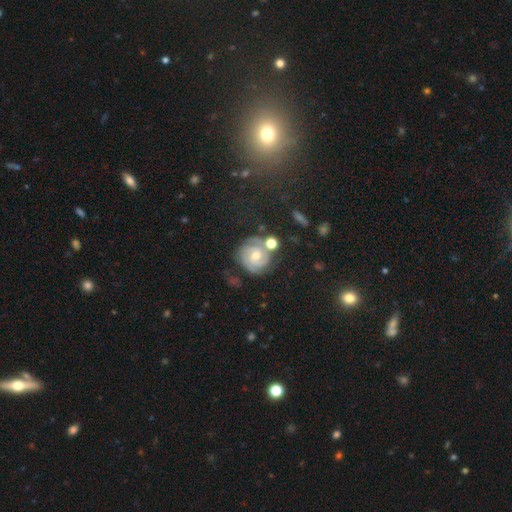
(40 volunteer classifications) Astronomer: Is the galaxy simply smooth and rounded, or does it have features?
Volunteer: featured or disk — 82%.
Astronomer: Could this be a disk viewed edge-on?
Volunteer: no — 100%.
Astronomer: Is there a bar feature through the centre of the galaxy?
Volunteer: no — 67%.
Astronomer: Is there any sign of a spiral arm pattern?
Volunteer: yes — 97%.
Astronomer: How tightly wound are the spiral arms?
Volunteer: tight — 97%.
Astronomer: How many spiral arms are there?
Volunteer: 2 — 78%.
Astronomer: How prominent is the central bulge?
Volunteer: moderate — 52% (runner-up: small, 42%).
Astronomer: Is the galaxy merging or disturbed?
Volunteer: none — 70%.